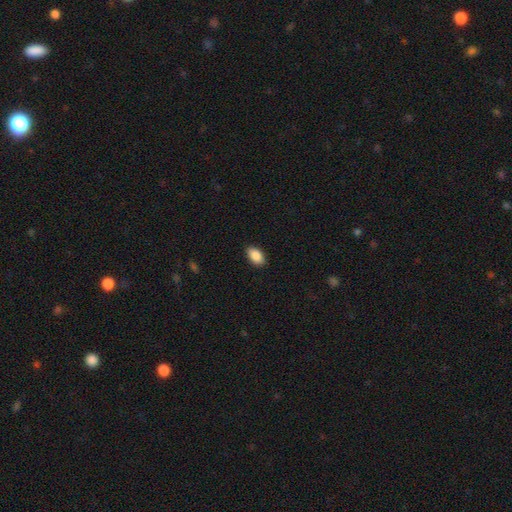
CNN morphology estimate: This appears to be a smooth galaxy with no disk features (88%) that is in between round and cigar-shaped (93%). Merging: none (89%).